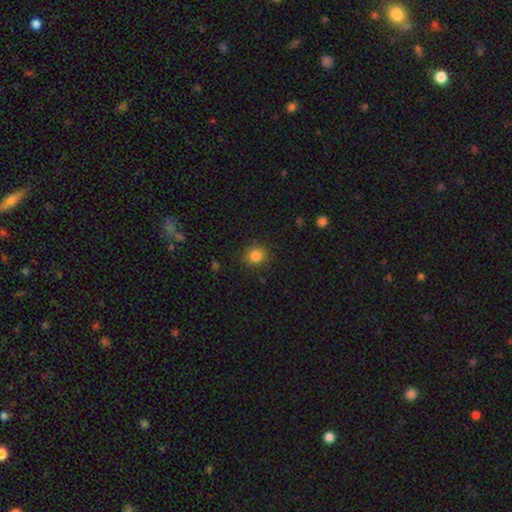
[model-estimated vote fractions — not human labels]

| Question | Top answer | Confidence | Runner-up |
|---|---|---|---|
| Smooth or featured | smooth | 84% | star or artifact (11%) |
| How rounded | round | 89% | in between (10%) |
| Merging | none | 88% | minor disturbance (8%) |